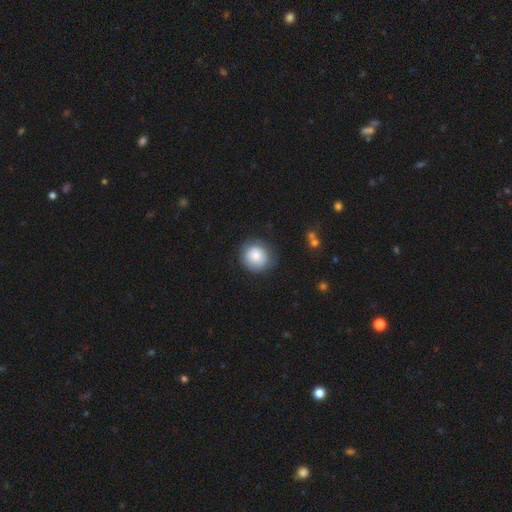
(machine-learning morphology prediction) Q: Smooth or featured?
A: smooth (79%); runner-up: featured or disk (14%)
Q: How rounded?
A: round (91%); runner-up: in between (8%)
Q: Merging?
A: none (79%); runner-up: minor disturbance (14%)